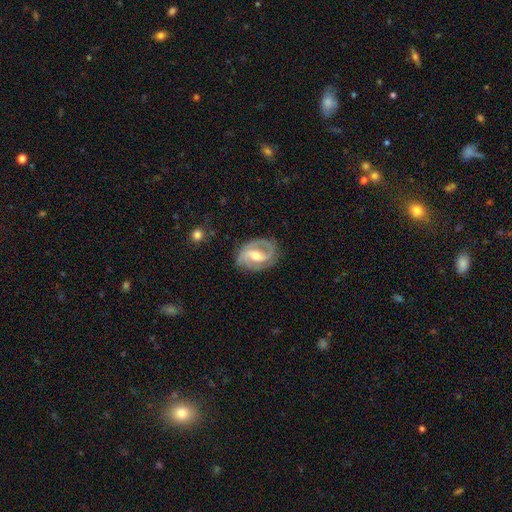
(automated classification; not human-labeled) A featured or disk galaxy (86%) with a weak bar (46%), 2 (81%) medium (49%) spiral arms (95%) and a moderate central bulge (65%). Merging: none (78%).